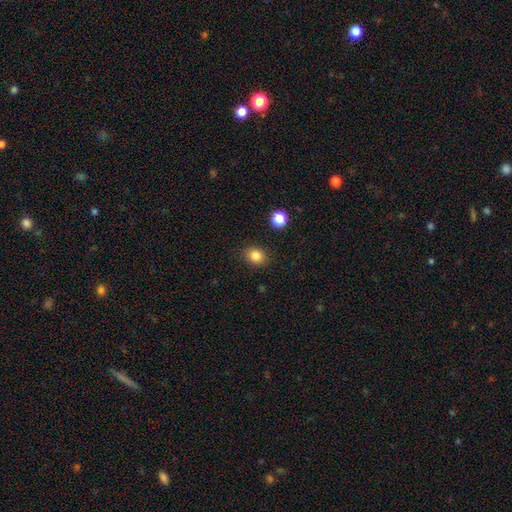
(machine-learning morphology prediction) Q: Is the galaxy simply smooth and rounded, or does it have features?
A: smooth — 83%.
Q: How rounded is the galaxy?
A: round — 66%.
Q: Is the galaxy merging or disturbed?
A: none — 87%.